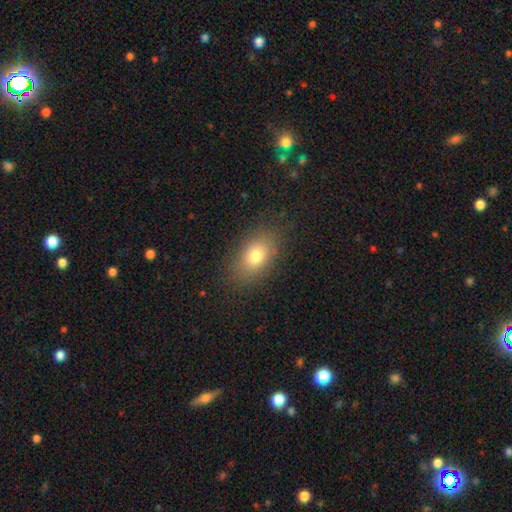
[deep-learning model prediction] Smooth or featured? smooth (77%)
How rounded? in between (83%)
Merging? none (85%)